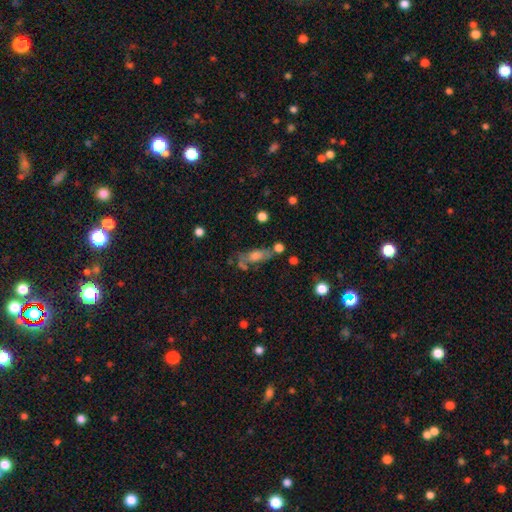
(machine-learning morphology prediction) This is possibly a smooth galaxy (56%). How rounded: likely in between (67%). Merging: possibly none (50%).